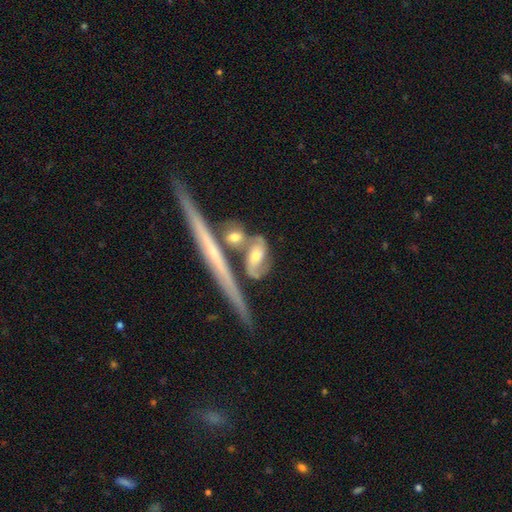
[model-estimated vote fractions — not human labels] Morphology: type=featured or disk (58%); edge-on=no (70%); merging=none (48%).